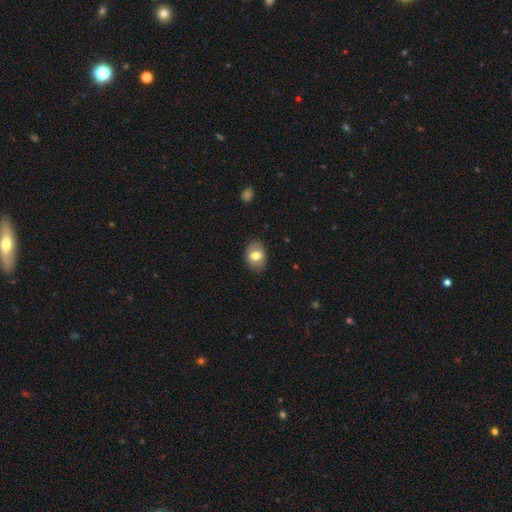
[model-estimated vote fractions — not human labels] A smooth galaxy with no disk features (75%) that is in between round and cigar-shaped (73%).

Vote fractions:
- Smooth or featured? smooth: 75% / featured or disk: 17% / star or artifact: 8%
- How rounded? in between: 73% / round: 26% / cigar-shaped: 1%
- Merging? none: 85% / minor disturbance: 12% / major disturbance: 3% / merger: 1%